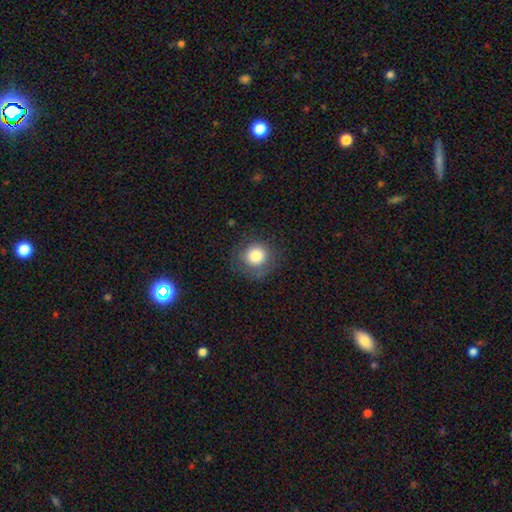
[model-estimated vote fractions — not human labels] smooth_or_featured: smooth (p=0.80) [alt: featured or disk p=0.10]
how_rounded: round (p=0.91) [alt: in between p=0.08]
merging: none (p=0.79) [alt: minor disturbance p=0.13]